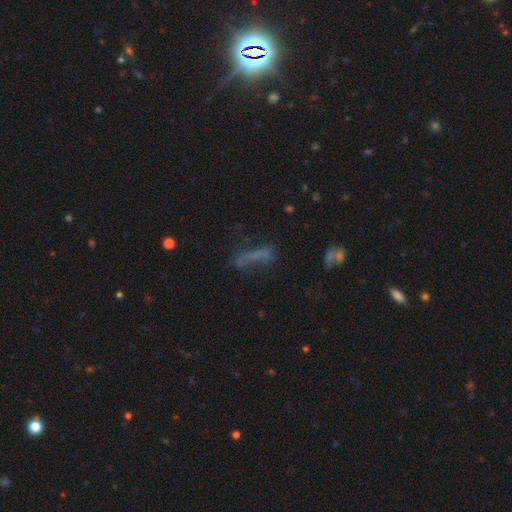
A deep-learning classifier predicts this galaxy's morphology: smooth 47%, featured or disk 30%, star or artifact 23%. Down the decision tree: merging — none (45%).